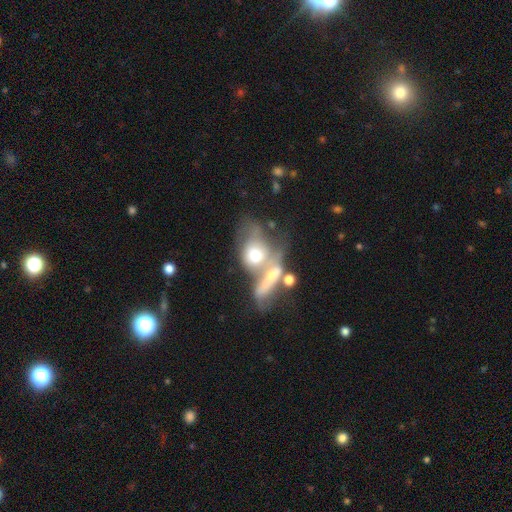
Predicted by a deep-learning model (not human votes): This appears to be a smooth galaxy with no disk features (46%). Merging: merger (67%).